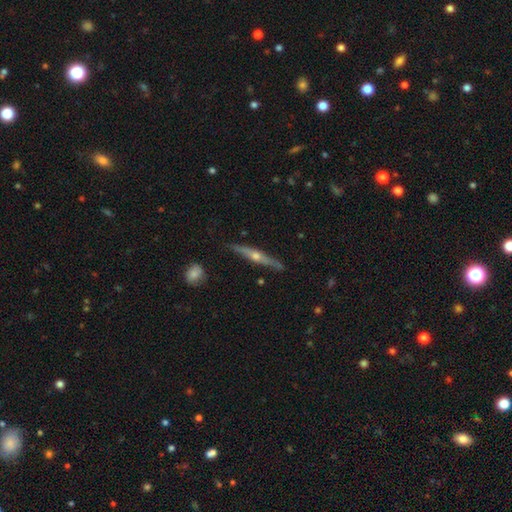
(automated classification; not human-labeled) Smooth or featured: featured or disk — 77% (smooth — 17%)
Edge-on disk: yes — 97% (no — 3%)
Edge-on bulge: rounded — 91% (none — 6%)
Merging: none — 87% (minor disturbance — 10%)